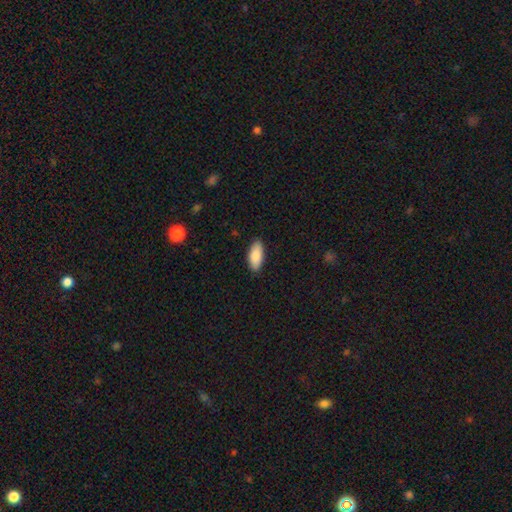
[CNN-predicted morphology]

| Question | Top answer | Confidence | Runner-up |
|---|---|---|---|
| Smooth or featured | smooth | 87% | featured or disk (7%) |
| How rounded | in between | 88% | cigar-shaped (10%) |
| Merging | none | 88% | minor disturbance (9%) |